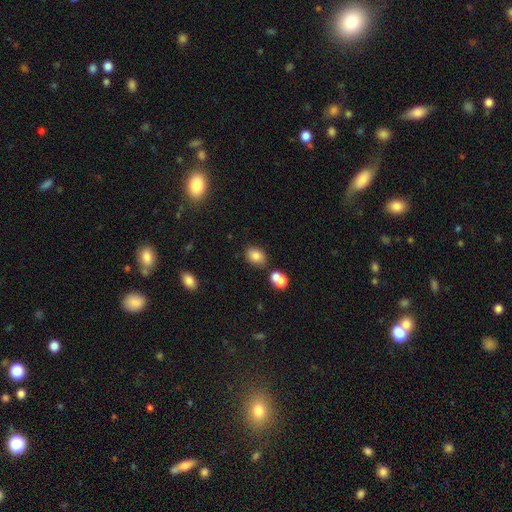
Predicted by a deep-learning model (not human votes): smooth-or-featured: smooth: 82% | star or artifact: 10% | featured or disk: 7%
  how-rounded: in between: 69% | round: 30% | cigar-shaped: 1%
  merging: none: 73% | minor disturbance: 12% | merger: 11% | major disturbance: 4%